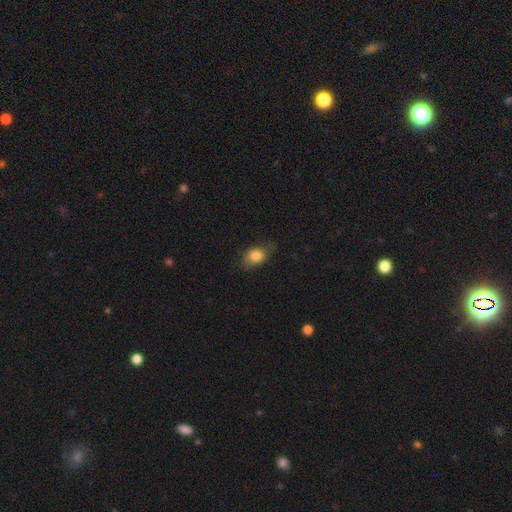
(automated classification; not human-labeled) smooth-or-featured: smooth: 82% | featured or disk: 10% | star or artifact: 8%
  how-rounded: in between: 71% | round: 27% | cigar-shaped: 2%
  merging: none: 67% | minor disturbance: 25% | major disturbance: 7% | merger: 1%